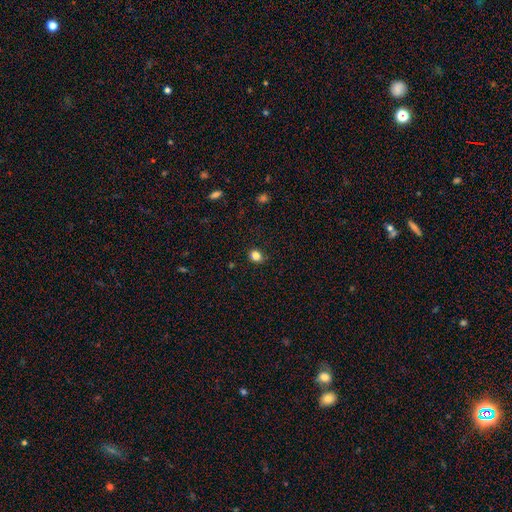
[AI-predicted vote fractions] Overall: smooth (83%). How rounded: round (63%; in between 36%). Merging: none (84%).